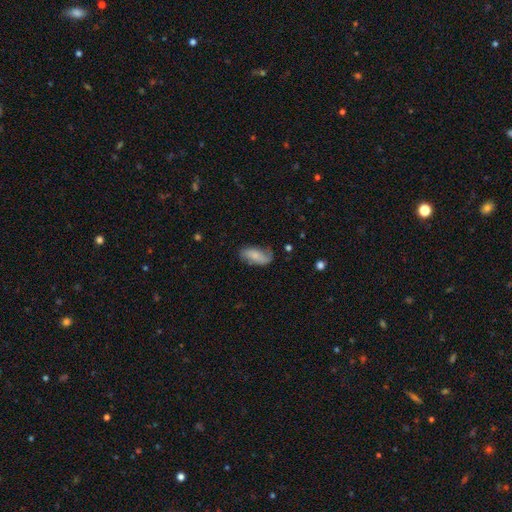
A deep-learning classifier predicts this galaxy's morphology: This is likely a smooth galaxy (69%). How rounded: clearly in between (87%). Merging: possibly none (56%).